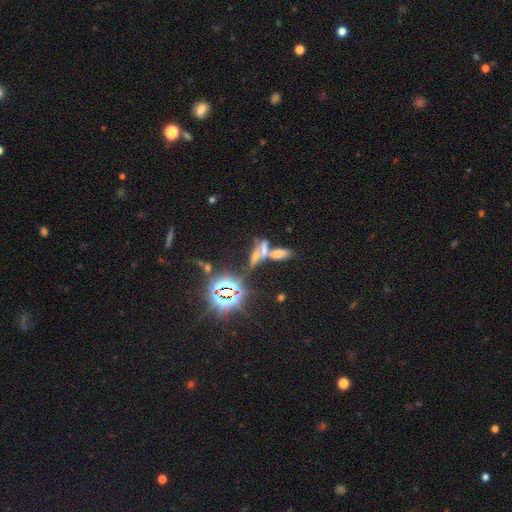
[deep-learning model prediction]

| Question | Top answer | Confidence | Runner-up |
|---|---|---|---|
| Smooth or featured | smooth | 38% | star or artifact (37%) |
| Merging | merger | 60% | none (26%) |